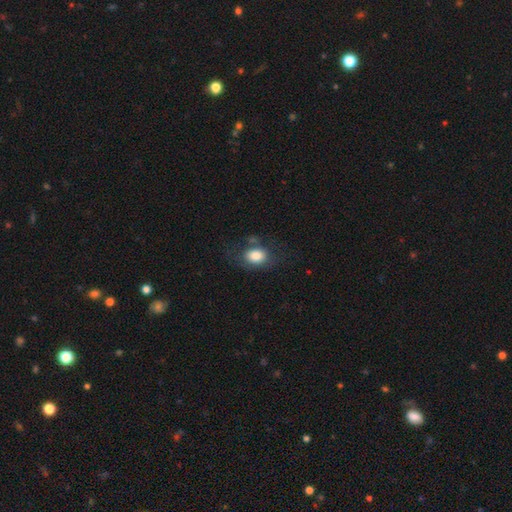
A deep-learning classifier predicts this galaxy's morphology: Smooth or featured? smooth (79%)
How rounded? in between (71%)
Merging? none (58%)